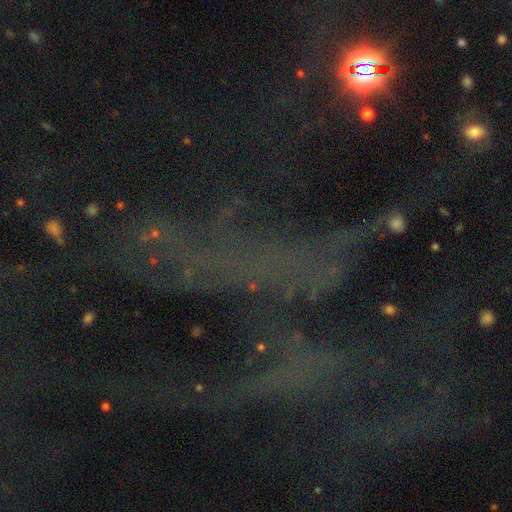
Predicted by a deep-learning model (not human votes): Morphology: type=star or artifact (74%).